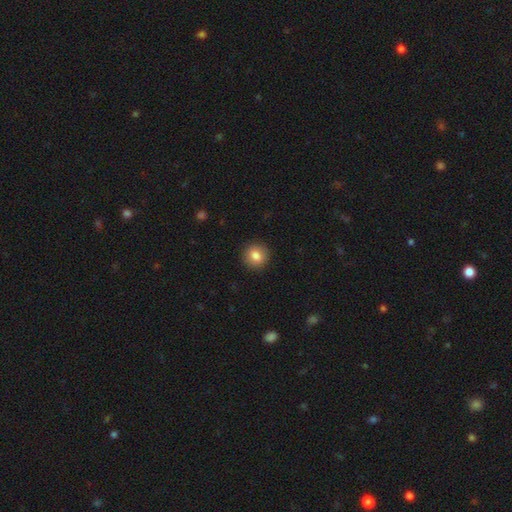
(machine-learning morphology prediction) Overall: smooth (83%). How rounded: round (90%). Merging: none (92%).